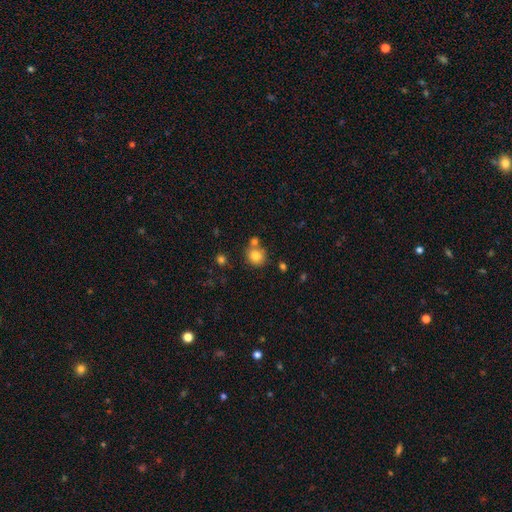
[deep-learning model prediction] A smooth galaxy with no disk features (80%) that is round (85%). Merging: none (64%).